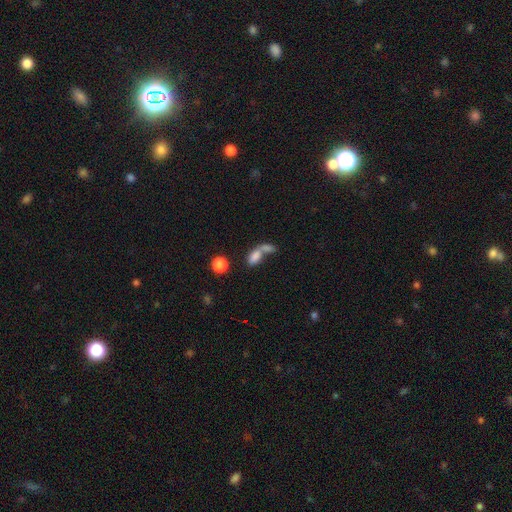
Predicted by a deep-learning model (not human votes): smooth_or_featured: smooth (p=0.74) [alt: featured or disk p=0.14]
how_rounded: in between (p=0.78) [alt: round p=0.11]
merging: merger (p=0.61) [alt: none p=0.21]